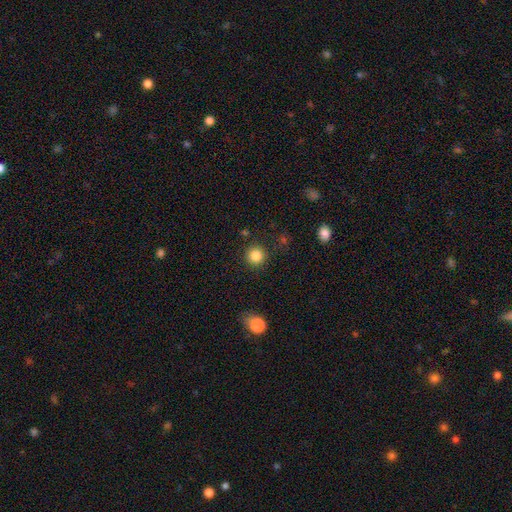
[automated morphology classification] A smooth galaxy with no disk features (85%) that is round (94%).

Vote fractions:
- Smooth or featured? smooth: 85% / star or artifact: 11% / featured or disk: 4%
- How rounded? round: 94% / in between: 5% / cigar-shaped: 1%
- Merging? none: 89% / minor disturbance: 6% / major disturbance: 2% / merger: 2%